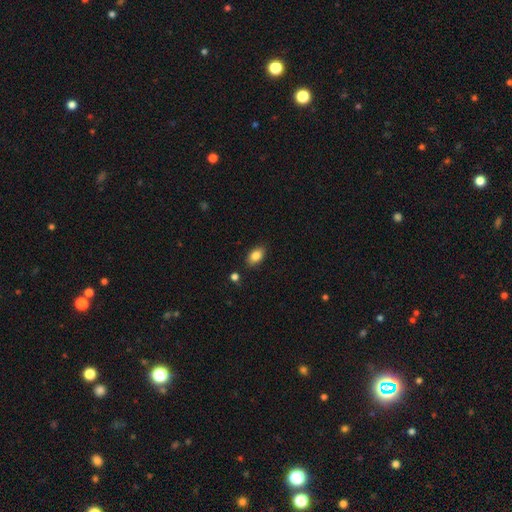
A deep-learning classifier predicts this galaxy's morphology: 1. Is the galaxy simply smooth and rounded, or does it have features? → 84% smooth, 8% star or artifact, 7% featured or disk.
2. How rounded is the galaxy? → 89% in between, 9% round, 2% cigar-shaped.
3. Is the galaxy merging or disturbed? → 86% none, 10% minor disturbance, 2% merger, 2% major disturbance.